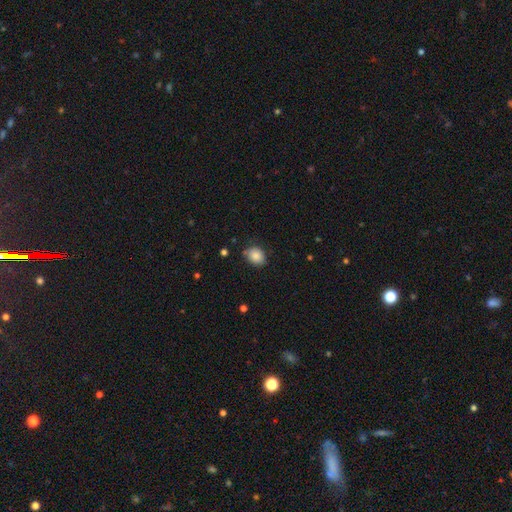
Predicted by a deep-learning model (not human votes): Smooth or featured? Predicted: smooth (p=0.86). How rounded? Predicted: in between (p=0.50). Merging? Predicted: none (p=0.76).